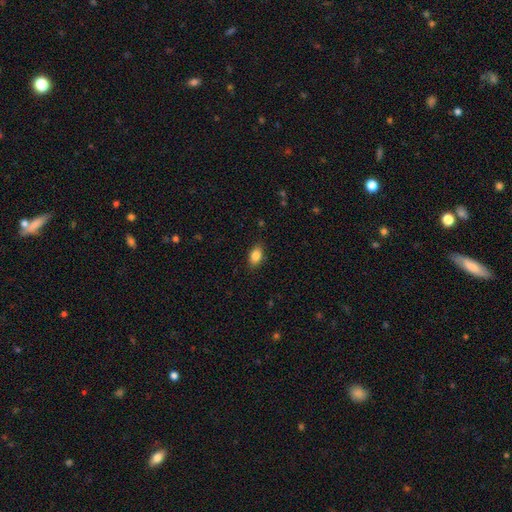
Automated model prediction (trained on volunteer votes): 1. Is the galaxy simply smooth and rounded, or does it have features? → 86% smooth, 8% star or artifact, 6% featured or disk.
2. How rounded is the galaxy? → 86% in between, 12% round, 2% cigar-shaped.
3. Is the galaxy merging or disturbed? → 85% none, 11% minor disturbance, 3% major disturbance, 1% merger.